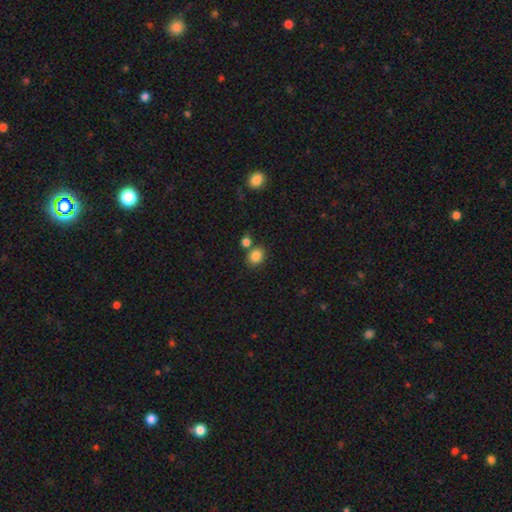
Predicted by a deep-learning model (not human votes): The model was most divided on "how rounded": round: 52%, in between: 47%, cigar-shaped: 1%. More confident: smooth or featured — smooth (84%); merging — none (67%).